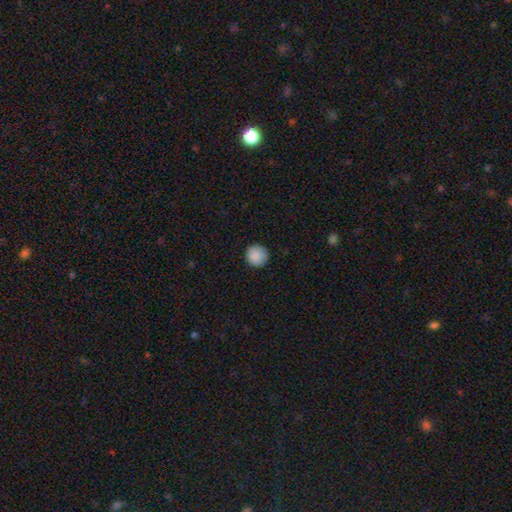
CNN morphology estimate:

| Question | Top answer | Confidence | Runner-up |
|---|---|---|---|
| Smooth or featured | smooth | 89% | star or artifact (8%) |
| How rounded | round | 95% | in between (4%) |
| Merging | none | 91% | minor disturbance (6%) |